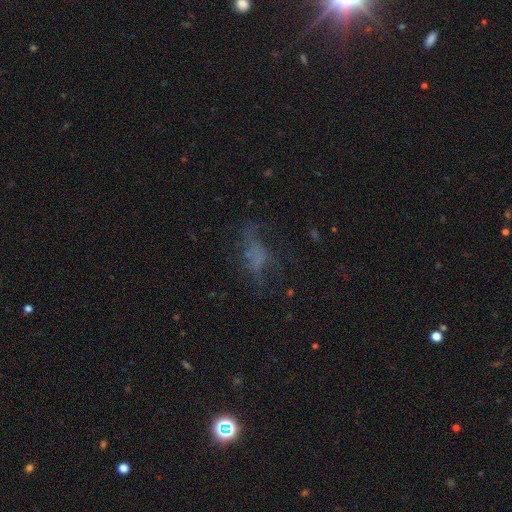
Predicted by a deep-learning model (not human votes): smooth-or-featured: featured or disk: 38% | smooth: 37% | star or artifact: 25%
  merging: none: 42% | major disturbance: 35% | minor disturbance: 19% | merger: 3%